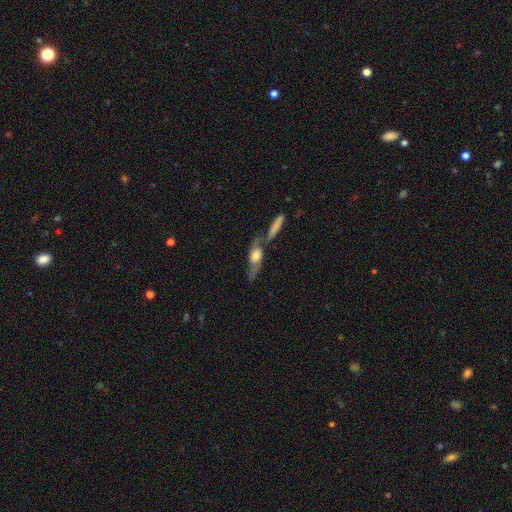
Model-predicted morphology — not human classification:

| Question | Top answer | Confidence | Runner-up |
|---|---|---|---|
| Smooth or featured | featured or disk | 60% | smooth (33%) |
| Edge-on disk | yes | 52% | no (48%) |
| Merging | merger | 41% | none (38%) |